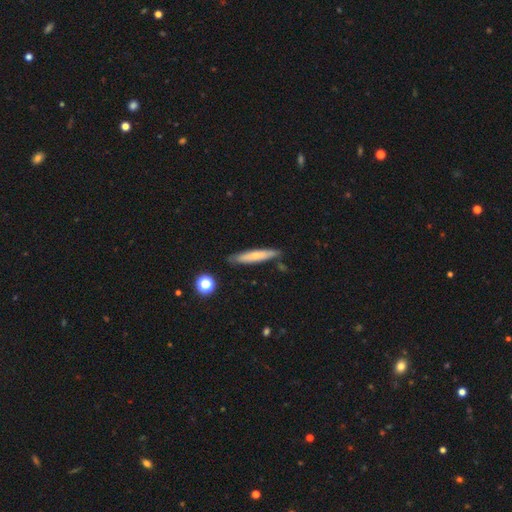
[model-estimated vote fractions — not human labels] smooth_or_featured: smooth (p=0.62) [alt: featured or disk p=0.32]
how_rounded: cigar-shaped (p=0.89) [alt: in between p=0.09]
merging: none (p=0.81) [alt: minor disturbance p=0.13]